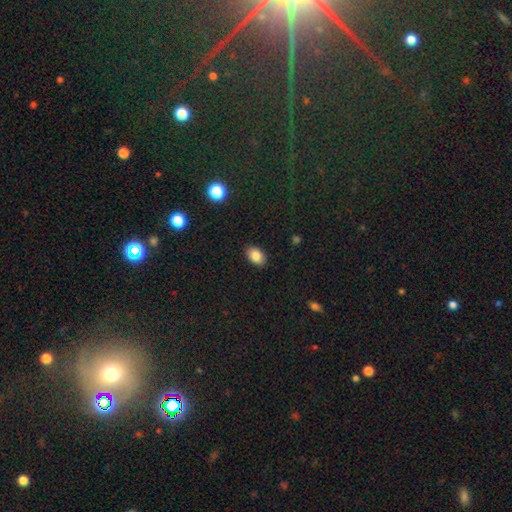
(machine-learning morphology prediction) type=smooth (84%); roundness=in between (88%); merging=none (88%).